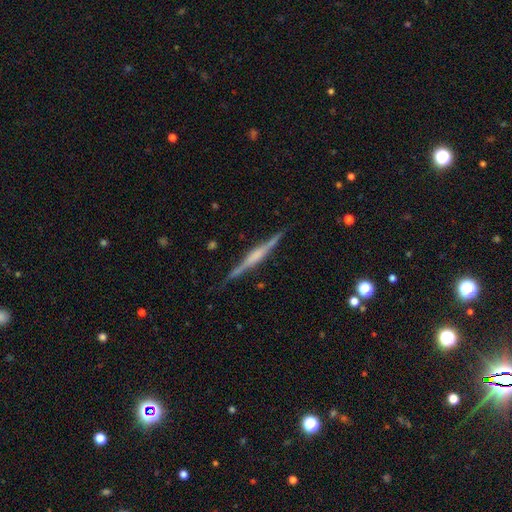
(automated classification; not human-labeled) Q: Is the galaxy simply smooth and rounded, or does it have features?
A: featured or disk — 77%.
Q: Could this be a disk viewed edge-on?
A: yes — 98%.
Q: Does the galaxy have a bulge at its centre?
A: rounded — 46%.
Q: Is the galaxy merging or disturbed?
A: none — 88%.